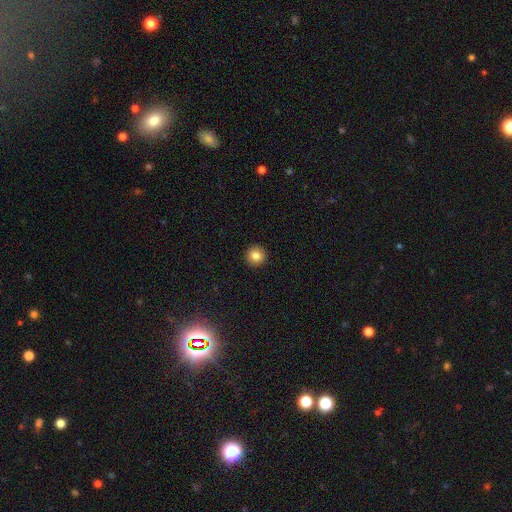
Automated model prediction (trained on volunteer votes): A smooth galaxy with no disk features (83%) that is round (95%).

Vote fractions:
- Smooth or featured? smooth: 83% / star or artifact: 10% / featured or disk: 7%
- How rounded? round: 95% / in between: 4% / cigar-shaped: 1%
- Merging? none: 93% / minor disturbance: 4% / major disturbance: 1% / merger: 1%